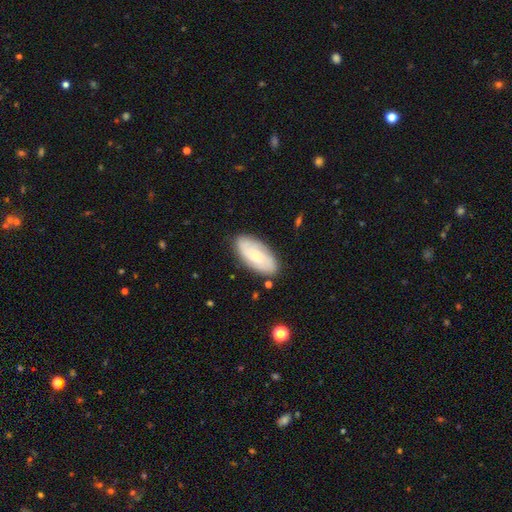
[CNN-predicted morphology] Smooth or featured? Predicted: smooth (p=0.50). Merging? Predicted: none (p=0.82).